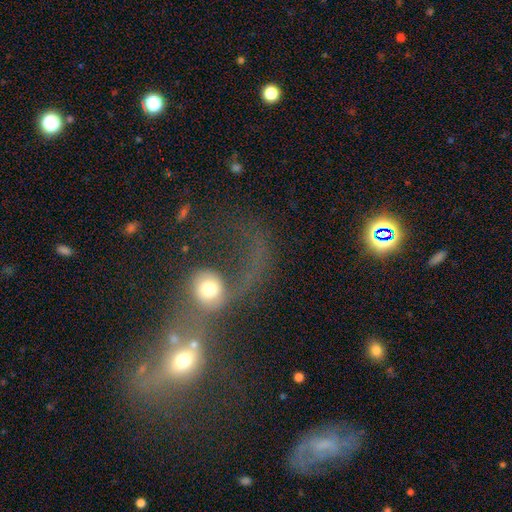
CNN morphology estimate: A featured or disk galaxy (49%).

Vote fractions:
- Smooth or featured? featured or disk: 49% / smooth: 33% / star or artifact: 19%
- Merging? merger: 68% / major disturbance: 17% / none: 10% / minor disturbance: 5%